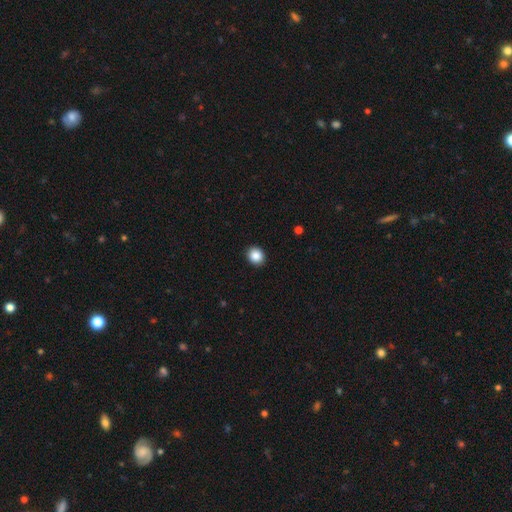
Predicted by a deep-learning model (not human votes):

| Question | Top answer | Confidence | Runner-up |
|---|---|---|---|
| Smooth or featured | smooth | 87% | star or artifact (9%) |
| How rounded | round | 75% | in between (24%) |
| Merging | none | 92% | minor disturbance (6%) |